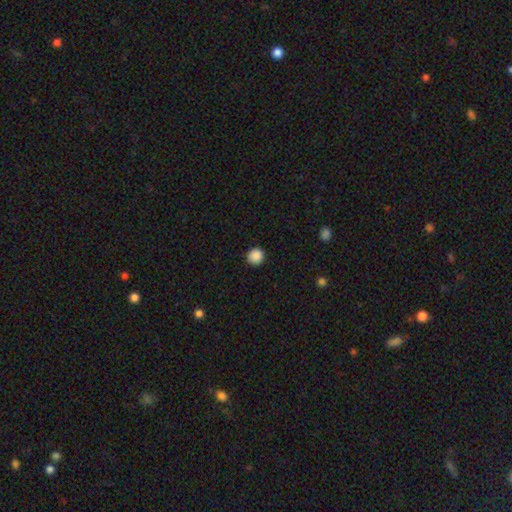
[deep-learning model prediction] smooth 88%, star or artifact 9%, featured or disk 2%. Down the decision tree: how rounded — round (93%); merging — none (92%).